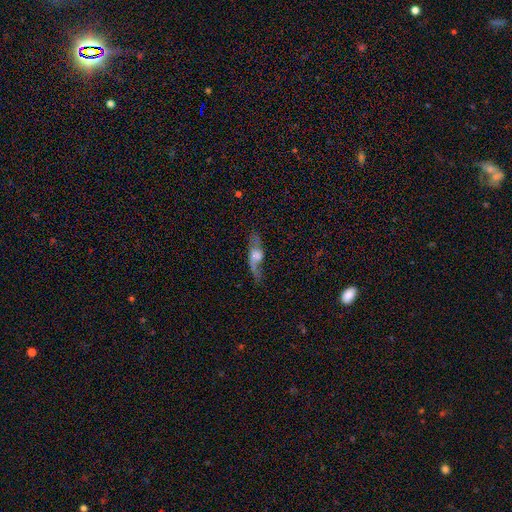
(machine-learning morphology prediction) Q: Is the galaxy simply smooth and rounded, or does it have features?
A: featured or disk — 61%.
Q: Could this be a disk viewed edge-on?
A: no — 60%.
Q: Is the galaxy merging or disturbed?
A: none — 53%.